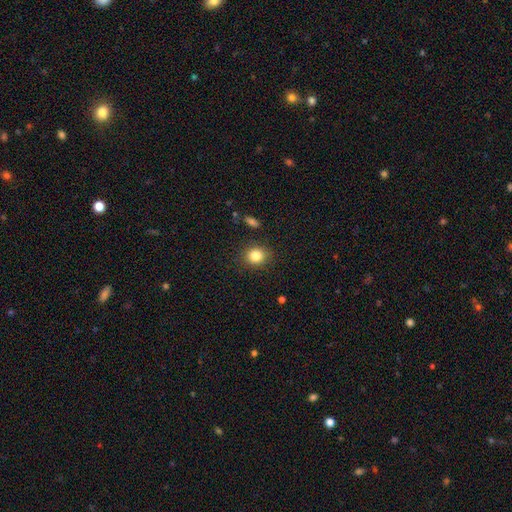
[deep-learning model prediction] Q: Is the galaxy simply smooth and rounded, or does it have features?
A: smooth — 83%.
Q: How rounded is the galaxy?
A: round — 74%.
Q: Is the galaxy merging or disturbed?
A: none — 86%.